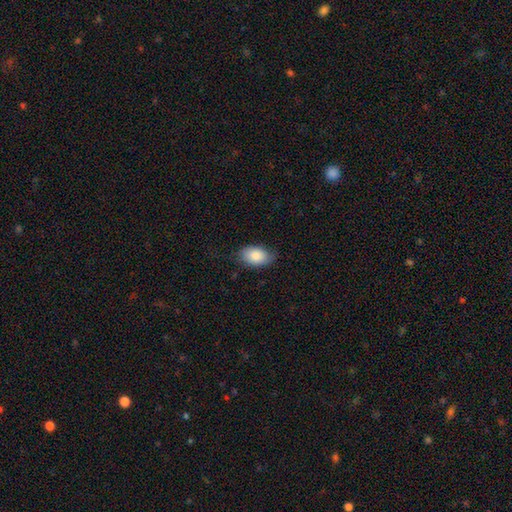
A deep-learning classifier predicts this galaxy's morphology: type=smooth (83%); roundness=in between (90%); merging=none (72%).